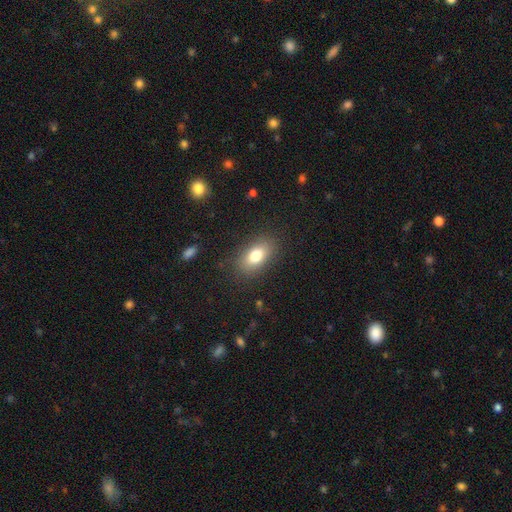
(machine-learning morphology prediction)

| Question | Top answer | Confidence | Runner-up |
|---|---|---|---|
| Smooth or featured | smooth | 79% | featured or disk (13%) |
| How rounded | in between | 87% | round (9%) |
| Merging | none | 84% | minor disturbance (11%) |